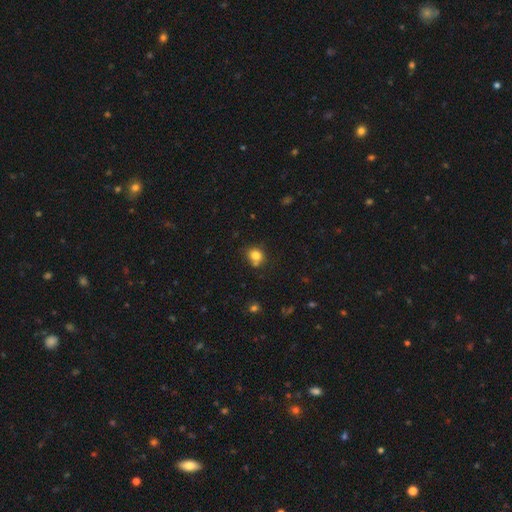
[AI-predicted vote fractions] smooth-or-featured: smooth: 79% | star or artifact: 12% | featured or disk: 8%
  how-rounded: round: 69% | in between: 30% | cigar-shaped: 1%
  merging: none: 60% | minor disturbance: 19% | merger: 16% | major disturbance: 5%